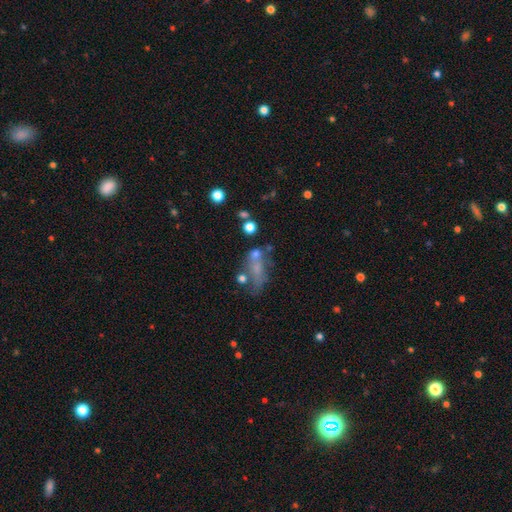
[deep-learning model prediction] Q: Smooth or featured?
A: smooth (49%); runner-up: featured or disk (32%)
Q: Merging?
A: none (34%); runner-up: major disturbance (24%)